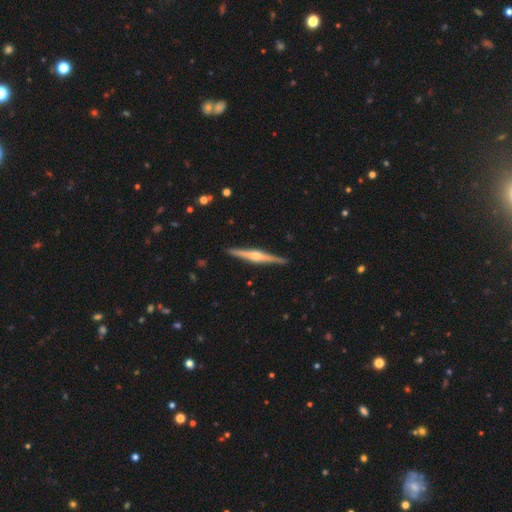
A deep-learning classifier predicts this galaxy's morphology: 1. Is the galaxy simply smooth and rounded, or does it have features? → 79% featured or disk, 16% smooth, 5% star or artifact.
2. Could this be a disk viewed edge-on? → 98% yes, 2% no.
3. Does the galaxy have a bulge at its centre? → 82% rounded, 12% boxy, 6% none.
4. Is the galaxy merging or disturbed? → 91% none, 7% minor disturbance, 1% major disturbance, 1% merger.